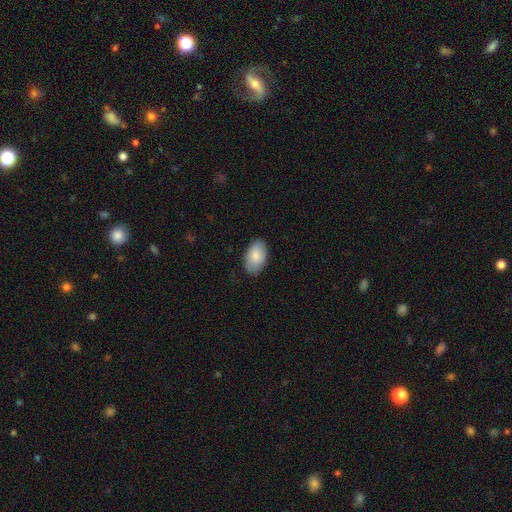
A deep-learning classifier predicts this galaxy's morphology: A smooth galaxy with no disk features (84%) that is in between round and cigar-shaped (93%). Merging: none (84%).